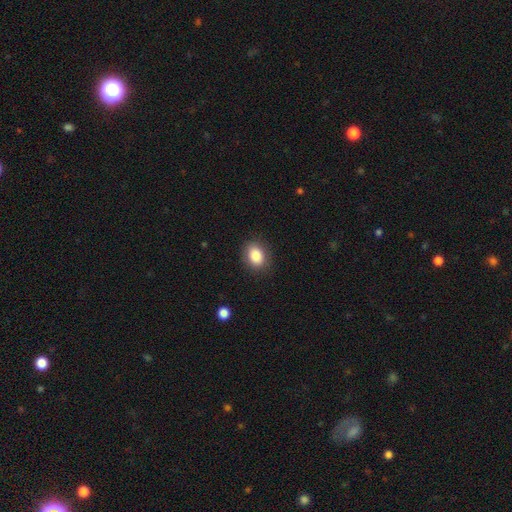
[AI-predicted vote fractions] Overall: smooth (86%). How rounded: in between (66%; round 33%). Merging: none (86%).